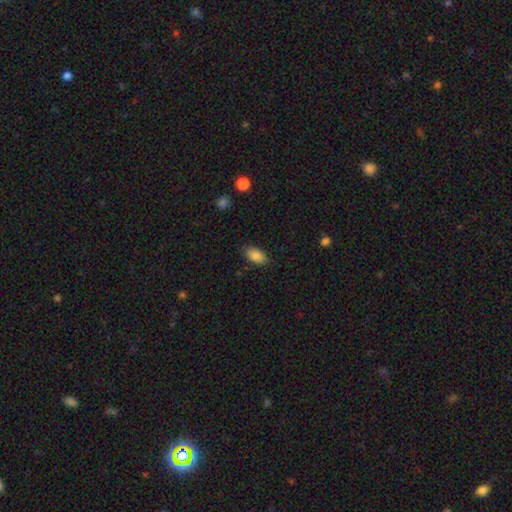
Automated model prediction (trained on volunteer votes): This appears to be a smooth galaxy with no disk features (86%) that is in between round and cigar-shaped (92%). Merging: none (84%).